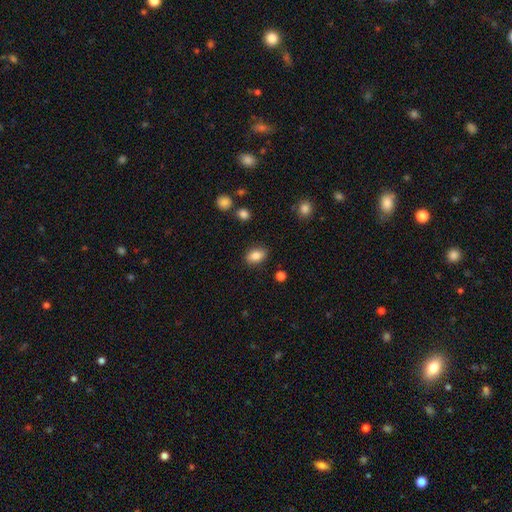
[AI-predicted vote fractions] Morphology: type=smooth (83%); roundness=in between (86%); merging=none (86%).